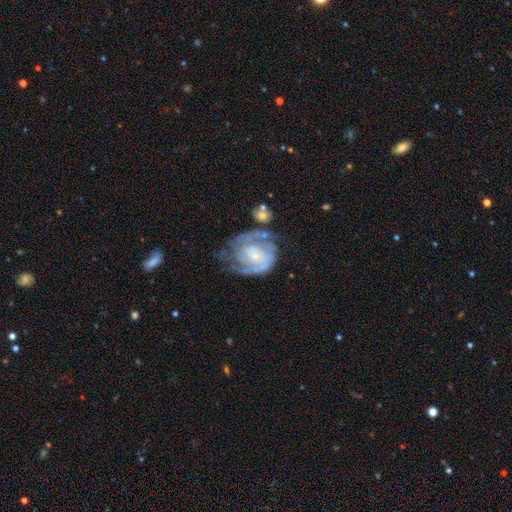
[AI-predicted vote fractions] smooth-or-featured: featured or disk: 83% | smooth: 11% | star or artifact: 6%
  disk-edge-on: no: 98% | yes: 2%
    bar: no: 60% | weak: 33% | strong: 7%
    has-spiral-arms: yes: 93% | no: 7%
      spiral-winding: tight: 55% | medium: 34% | loose: 10%
      spiral-arm-count: 2: 51% | can't tell: 23% | 3: 11% | 1: 8% | 4: 4% | more than 4: 3%
    bulge-size: small: 61% | moderate: 21% | none: 12% | large: 5% | dominant: 2%
  merging: none: 50% | minor disturbance: 23% | major disturbance: 20% | merger: 7%